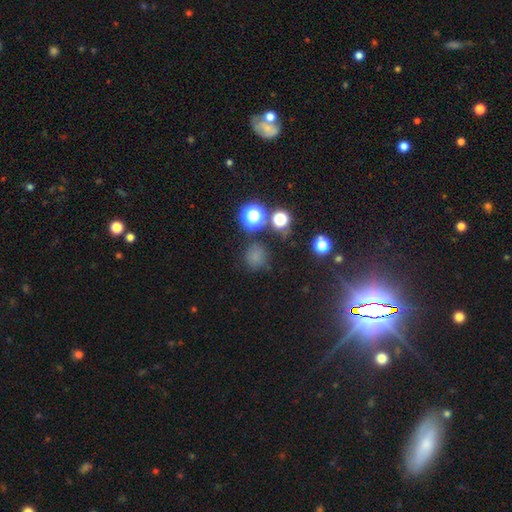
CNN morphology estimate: Smooth or featured? Predicted: smooth (p=0.66). How rounded? Predicted: round (p=0.88). Merging? Predicted: none (p=0.73).